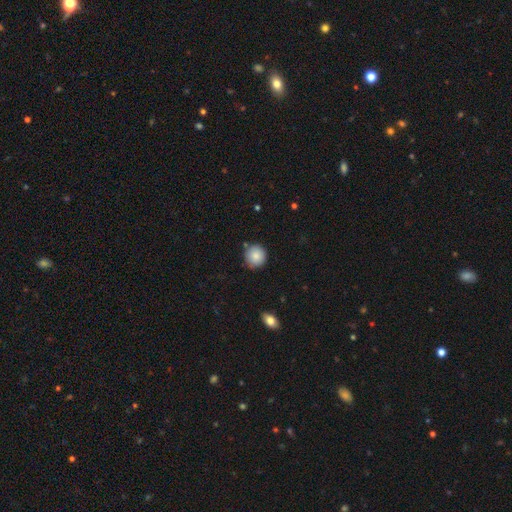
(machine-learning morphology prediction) This is clearly a smooth galaxy (87%). How rounded: clearly round (93%). Merging: clearly none (85%).